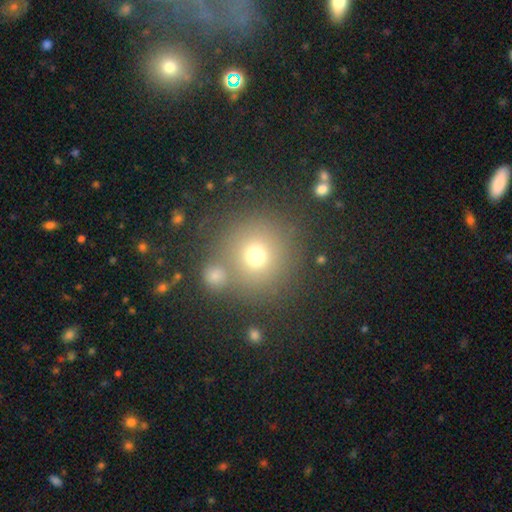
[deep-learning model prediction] A smooth galaxy with no disk features (71%) that is round (93%).

Vote fractions:
- Smooth or featured? smooth: 71% / star or artifact: 18% / featured or disk: 11%
- How rounded? round: 93% / in between: 6% / cigar-shaped: 1%
- Merging? none: 76% / merger: 11% / minor disturbance: 9% / major disturbance: 4%